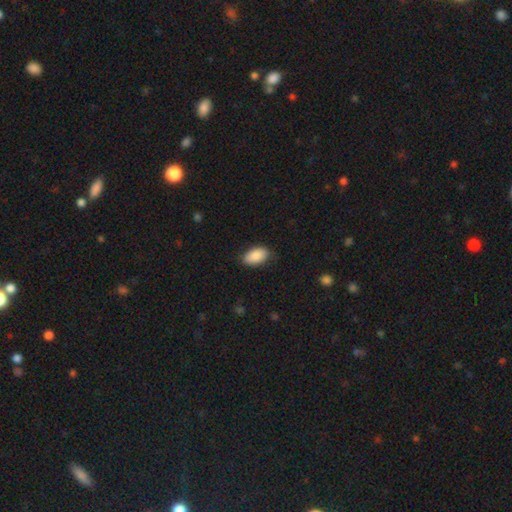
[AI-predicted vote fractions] Smooth or featured? smooth (88%)
How rounded? in between (94%)
Merging? none (81%)